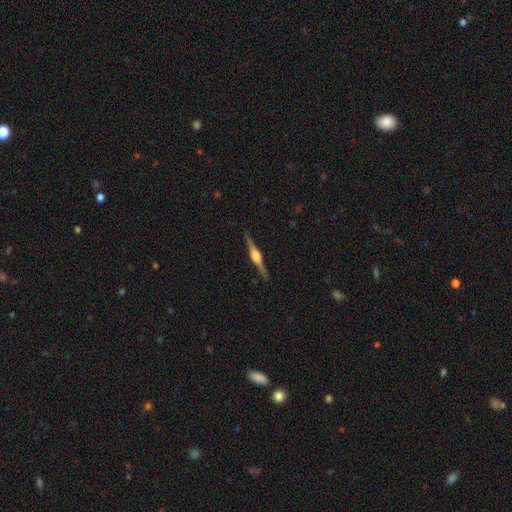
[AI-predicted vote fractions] This appears to be a featured or disk galaxy (84%) viewed edge-on (98%) with a rounded central bulge (88%). Merging: none (91%).